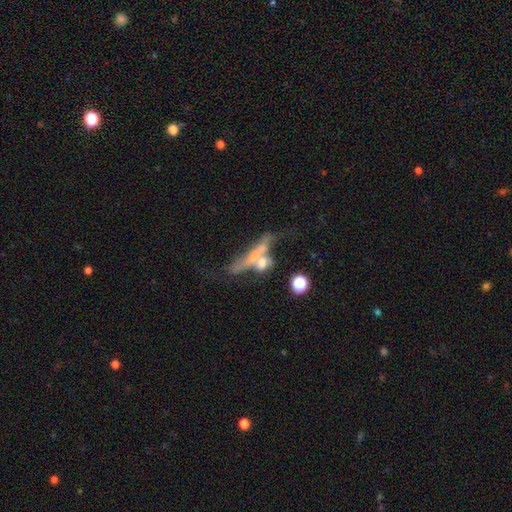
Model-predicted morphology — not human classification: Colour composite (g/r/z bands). It shows a featured or disk galaxy (52%) viewed edge-on (57%). Merging: merger (40%).